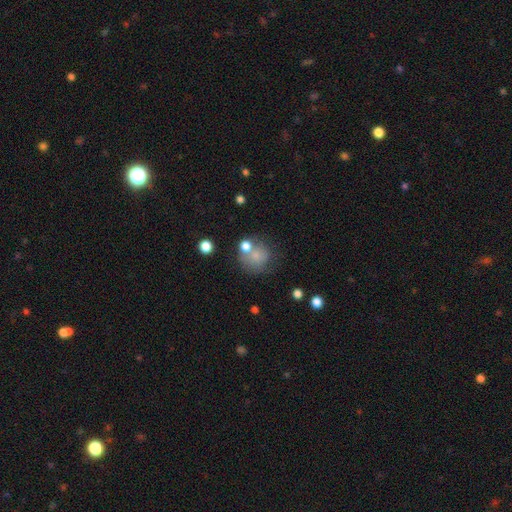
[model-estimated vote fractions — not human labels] Smooth or featured: smooth — 73% (featured or disk — 15%)
How rounded: round — 87% (in between — 12%)
Merging: none — 54% (merger — 20%)